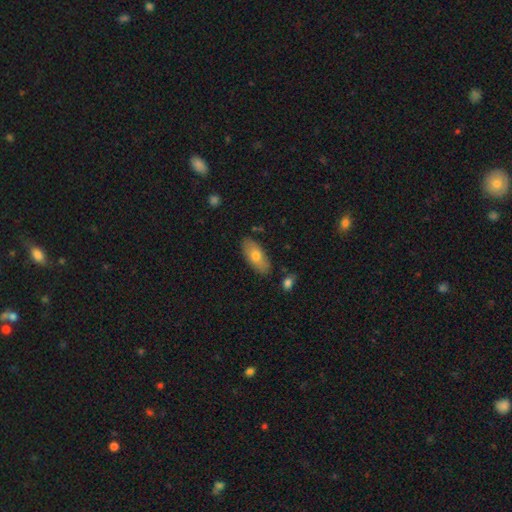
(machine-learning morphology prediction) smooth 70%, featured or disk 23%, star or artifact 6%. Down the decision tree: how rounded — in between (88%); merging — none (84%).